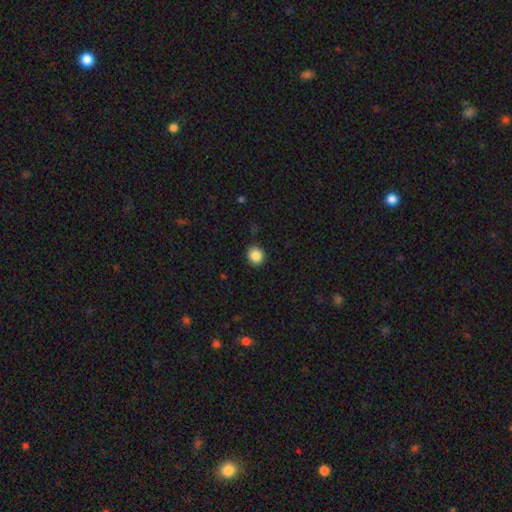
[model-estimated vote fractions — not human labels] A smooth galaxy with no disk features (87%) that is round (82%). Merging: none (90%).